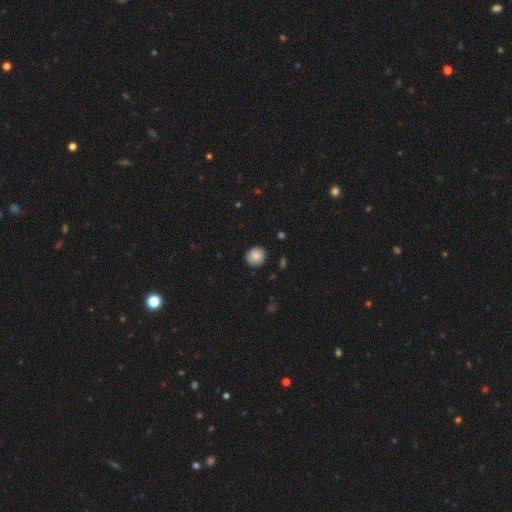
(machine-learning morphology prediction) The model was most divided on "merging": none: 83%, minor disturbance: 13%, major disturbance: 2%, merger: 1%. More confident: how rounded — round (89%); smooth or featured — smooth (83%).